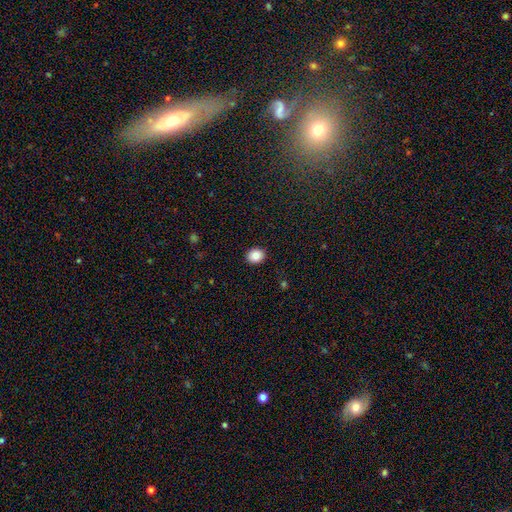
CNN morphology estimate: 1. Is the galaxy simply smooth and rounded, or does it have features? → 85% smooth, 9% star or artifact, 5% featured or disk.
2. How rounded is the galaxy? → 66% round, 33% in between, 1% cigar-shaped.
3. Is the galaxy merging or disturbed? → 92% none, 6% minor disturbance, 2% major disturbance, 1% merger.